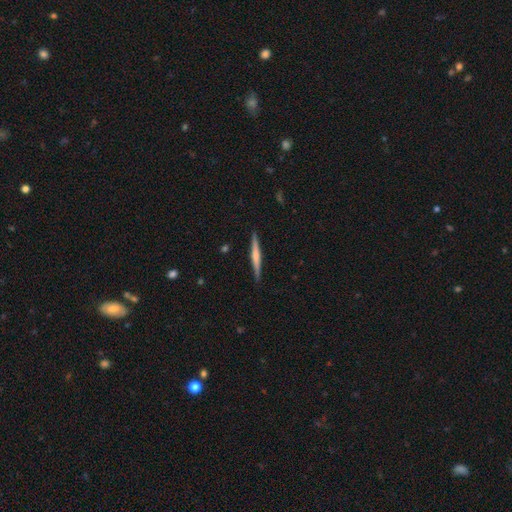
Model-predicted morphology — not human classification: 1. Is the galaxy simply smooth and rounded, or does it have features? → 54% featured or disk, 41% smooth, 5% star or artifact.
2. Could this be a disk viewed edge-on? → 98% yes, 2% no.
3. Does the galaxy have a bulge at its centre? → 43% none, 36% rounded, 20% boxy.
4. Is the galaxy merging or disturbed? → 90% none, 8% minor disturbance, 1% major disturbance, 1% merger.